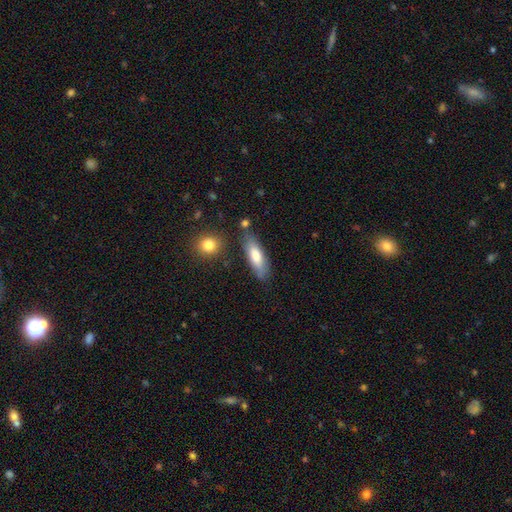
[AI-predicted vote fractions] Smooth or featured? Predicted: smooth (p=0.73). How rounded? Predicted: in between (p=0.51). Merging? Predicted: none (p=0.77).